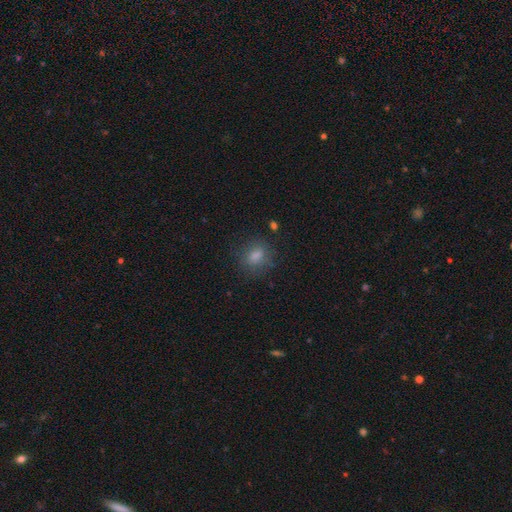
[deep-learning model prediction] Overall: smooth (72%). How rounded: round (52%; in between 45%). Merging: none (80%).